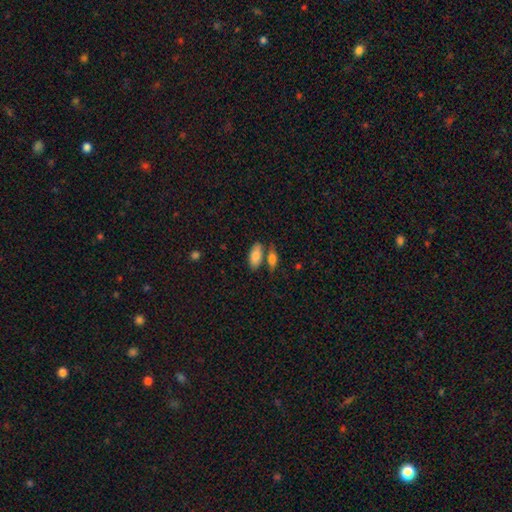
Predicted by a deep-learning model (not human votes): The model was most divided on "merging": none: 57%, merger: 26%, minor disturbance: 13%, major disturbance: 4%. More confident: how rounded — in between (89%); smooth or featured — smooth (82%).